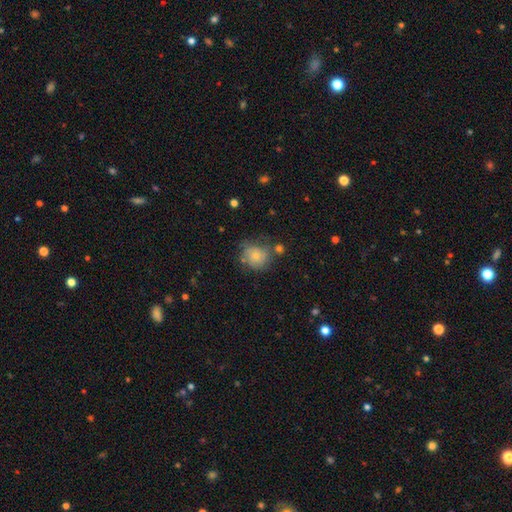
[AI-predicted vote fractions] Smooth or featured: smooth — 70% (featured or disk — 20%)
How rounded: round — 82% (in between — 17%)
Merging: none — 56% (minor disturbance — 25%)